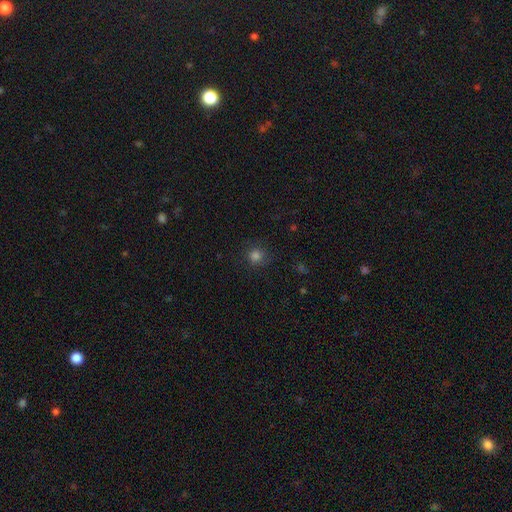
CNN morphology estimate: This appears to be a smooth galaxy with no disk features (80%) that is round (91%). Merging: none (83%).